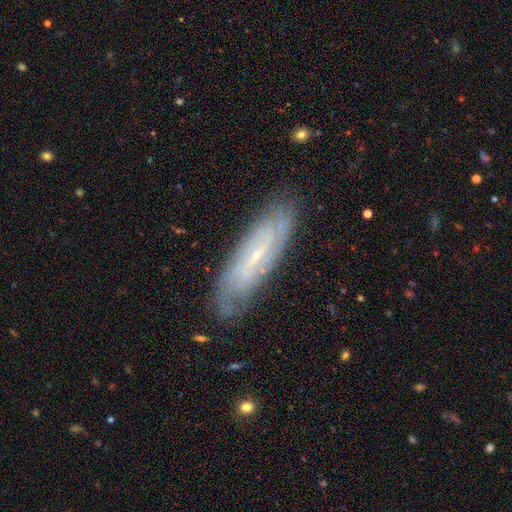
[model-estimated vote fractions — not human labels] This appears to be a featured or disk galaxy (75%) with a weak bar (45%), tight (55%) spiral arms (92%) and a small central bulge (78%). Merging: none (81%).